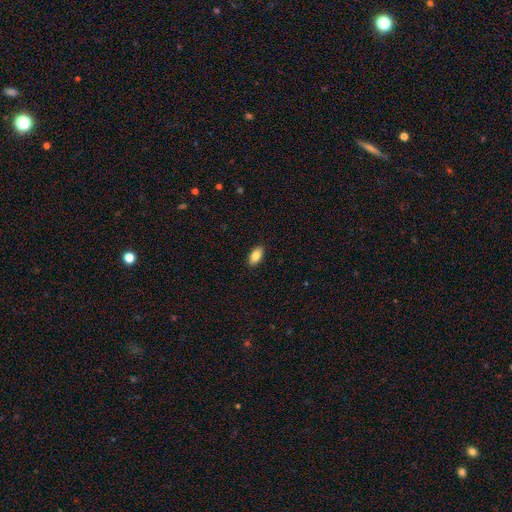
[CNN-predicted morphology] smooth-or-featured: smooth: 85% | featured or disk: 8% | star or artifact: 7%
  how-rounded: in between: 92% | cigar-shaped: 5% | round: 3%
  merging: none: 90% | minor disturbance: 8% | major disturbance: 2% | merger: 1%